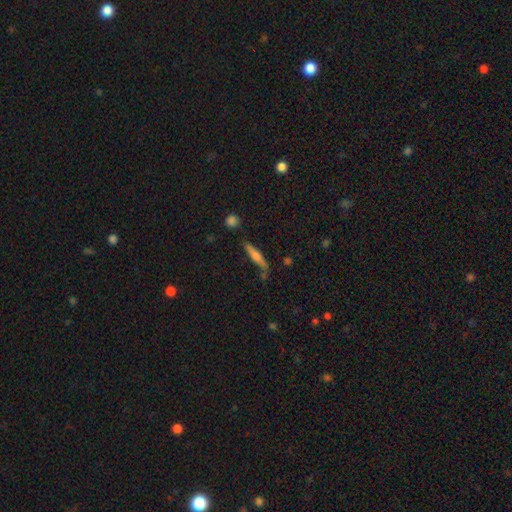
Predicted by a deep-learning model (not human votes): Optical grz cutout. It shows a smooth galaxy with no disk features (48%). Merging: none (73%).